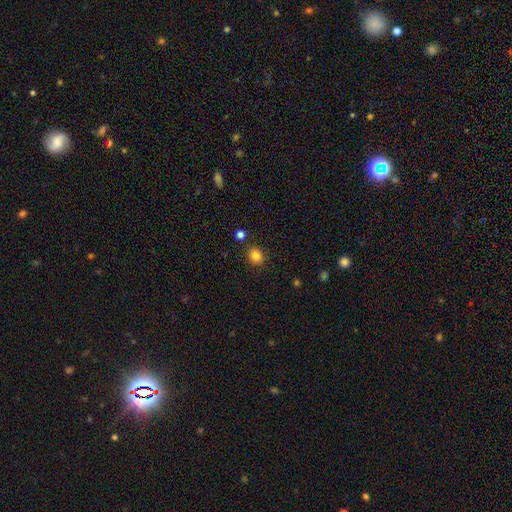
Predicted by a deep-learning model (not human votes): smooth-or-featured: smooth: 84% | star or artifact: 12% | featured or disk: 5%
  how-rounded: round: 78% | in between: 21% | cigar-shaped: 1%
  merging: none: 85% | minor disturbance: 8% | merger: 4% | major disturbance: 3%